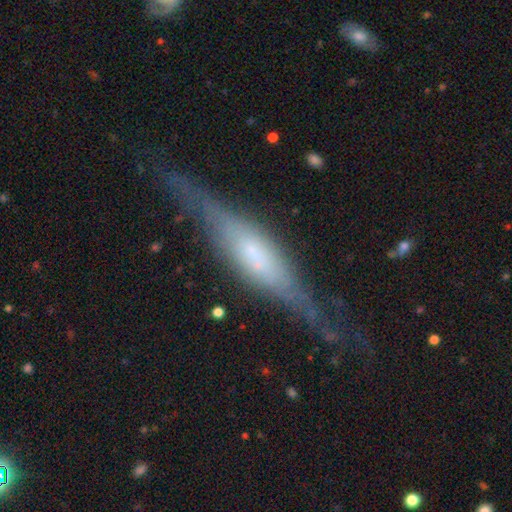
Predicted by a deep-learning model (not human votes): smooth-or-featured: featured or disk: 75% | smooth: 18% | star or artifact: 7%
  disk-edge-on: yes: 91% | no: 9%
    edge-on-bulge: boxy: 44% | rounded: 42% | none: 15%
  merging: none: 73% | minor disturbance: 18% | major disturbance: 7% | merger: 2%